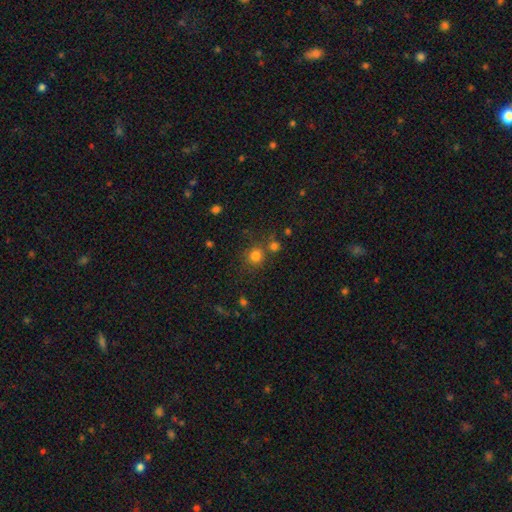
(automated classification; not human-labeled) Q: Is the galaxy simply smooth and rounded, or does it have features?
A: smooth — 79%.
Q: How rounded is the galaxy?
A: round — 88%.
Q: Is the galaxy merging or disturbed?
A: none — 68%.